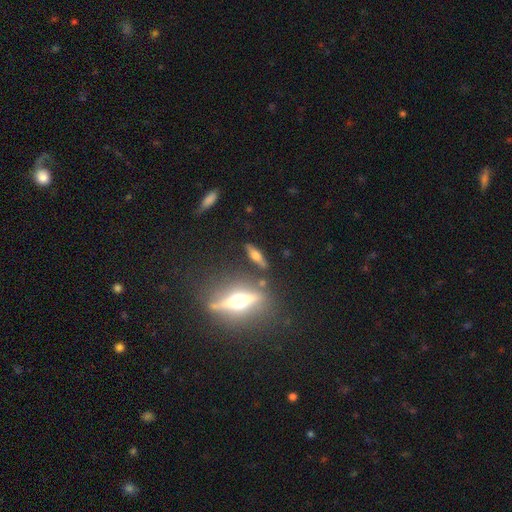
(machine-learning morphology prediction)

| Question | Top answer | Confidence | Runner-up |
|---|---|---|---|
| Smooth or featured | featured or disk | 57% | smooth (34%) |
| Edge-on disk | yes | 92% | no (8%) |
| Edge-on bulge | rounded | 93% | boxy (5%) |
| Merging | none | 78% | minor disturbance (11%) |